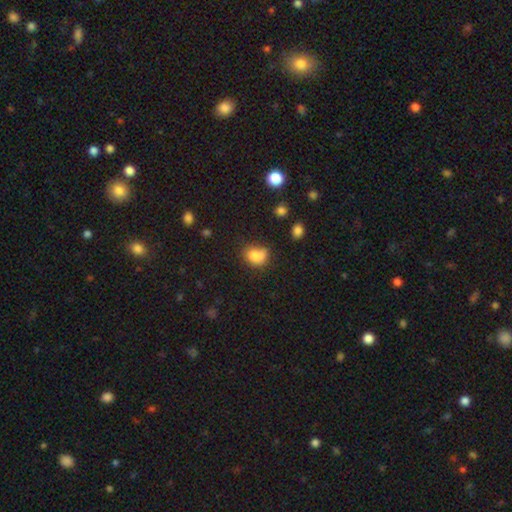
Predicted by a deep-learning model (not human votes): The model was most divided on "how rounded": in between: 54%, round: 45%, cigar-shaped: 1%. Remaining: smooth or featured — smooth (79%); merging — none (47%).